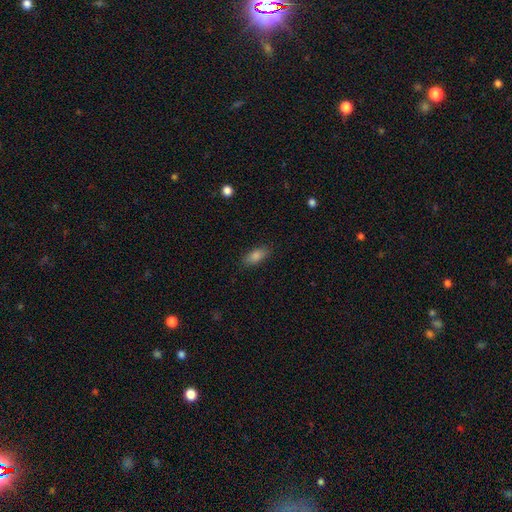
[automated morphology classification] Smooth or featured? smooth (81%)
How rounded? in between (82%)
Merging? none (86%)